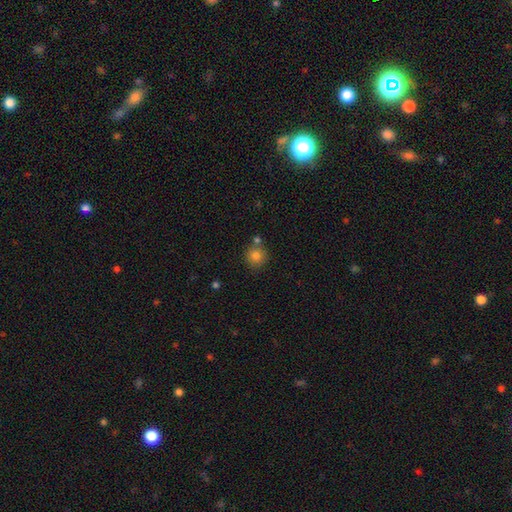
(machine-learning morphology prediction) smooth 82%, star or artifact 11%, featured or disk 7%. Down the decision tree: how rounded — round (91%); merging — none (72%).